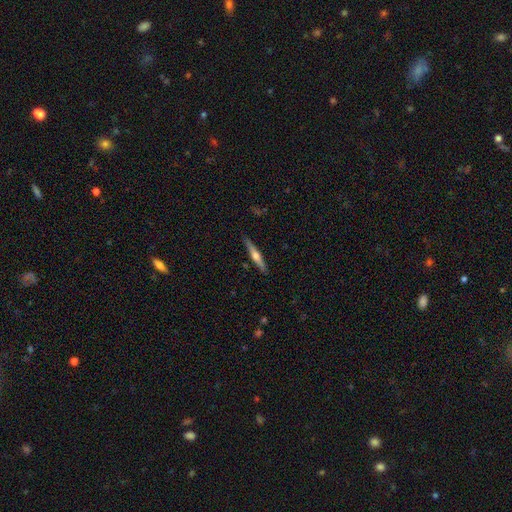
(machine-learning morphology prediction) smooth_or_featured: featured or disk (p=0.56) [alt: smooth p=0.38]
disk_edge_on: yes (p=0.96) [alt: no p=0.04]
edge_on_bulge: rounded (p=0.86) [alt: none p=0.09]
merging: none (p=0.89) [alt: minor disturbance p=0.08]